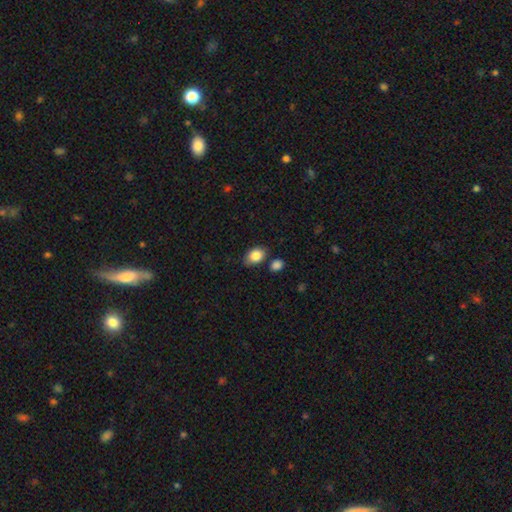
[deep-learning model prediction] smooth 85%, star or artifact 8%, featured or disk 7%. Down the decision tree: how rounded — in between (77%); merging — none (75%).